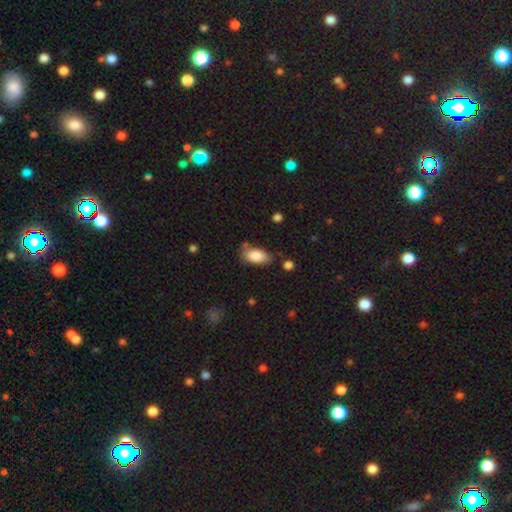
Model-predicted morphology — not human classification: smooth_or_featured: smooth (p=0.85) [alt: featured or disk p=0.08]
how_rounded: in between (p=0.92) [alt: cigar-shaped p=0.05]
merging: none (p=0.67) [alt: minor disturbance p=0.22]